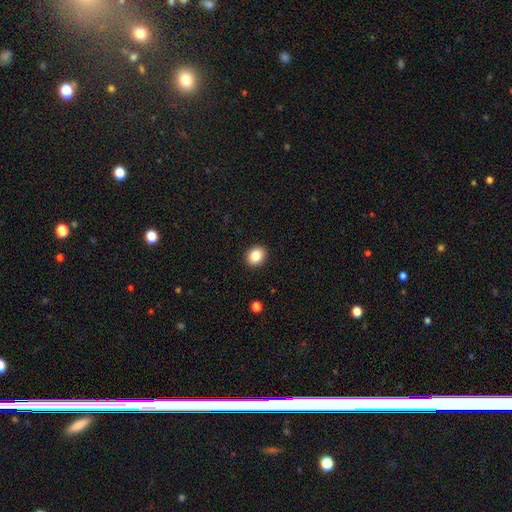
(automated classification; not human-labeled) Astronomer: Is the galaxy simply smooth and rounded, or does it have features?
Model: smooth — 86%.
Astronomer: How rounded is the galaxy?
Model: round — 63%.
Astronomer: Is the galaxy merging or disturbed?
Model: none — 92%.